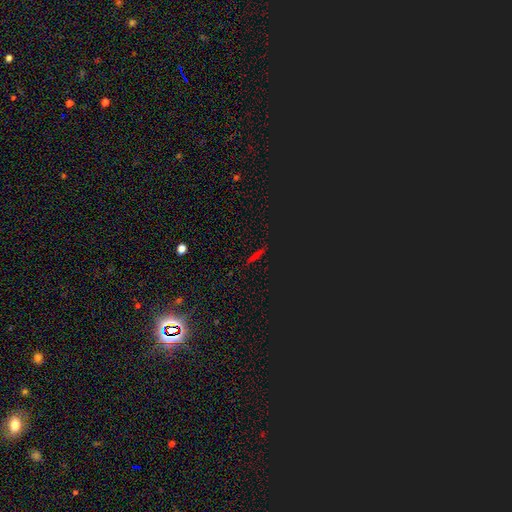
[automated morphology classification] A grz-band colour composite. It shows a star or artifact, not a galaxy (48%).